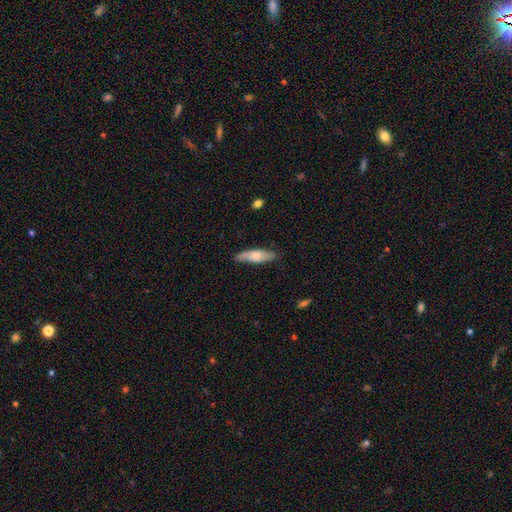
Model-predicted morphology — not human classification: This appears to be a smooth galaxy with no disk features (62%) that is cigar-shaped (49%, tied with in between). Merging: none (78%).